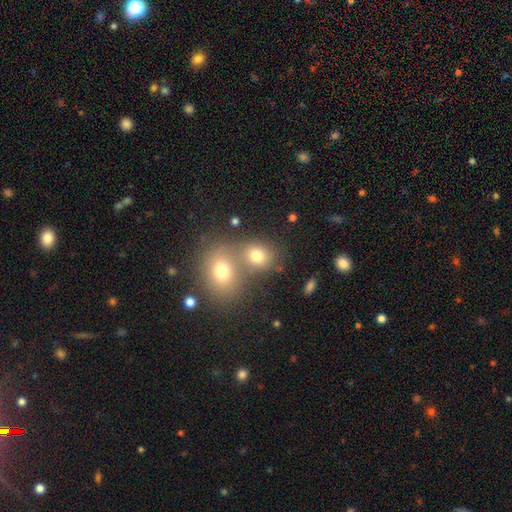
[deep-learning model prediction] smooth 75%, star or artifact 14%, featured or disk 11%. Down the decision tree: how rounded — round (61%); merging — merger (47%).